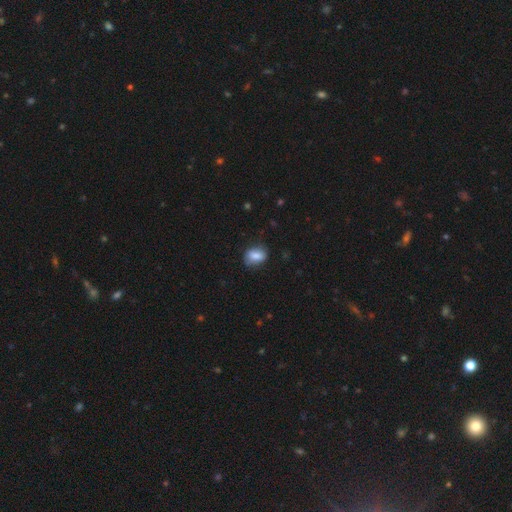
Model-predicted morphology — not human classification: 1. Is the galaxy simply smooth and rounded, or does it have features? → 80% smooth, 13% featured or disk, 8% star or artifact.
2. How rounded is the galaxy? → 74% in between, 24% round, 2% cigar-shaped.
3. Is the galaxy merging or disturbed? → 71% none, 22% minor disturbance, 6% major disturbance, 1% merger.